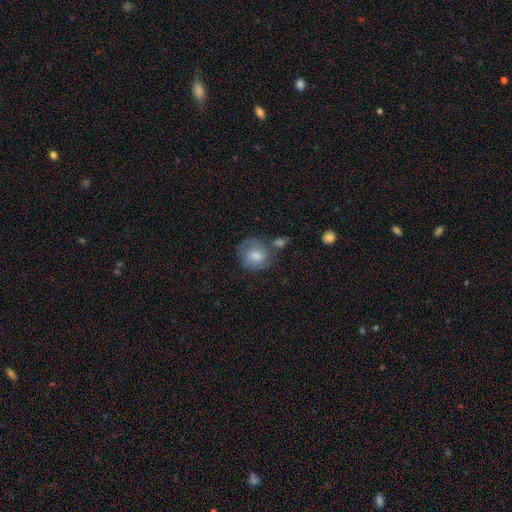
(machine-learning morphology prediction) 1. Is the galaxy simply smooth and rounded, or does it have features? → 71% smooth, 22% featured or disk, 7% star or artifact.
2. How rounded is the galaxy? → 79% round, 20% in between, 1% cigar-shaped.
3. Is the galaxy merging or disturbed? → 51% none, 23% minor disturbance, 15% merger, 11% major disturbance.